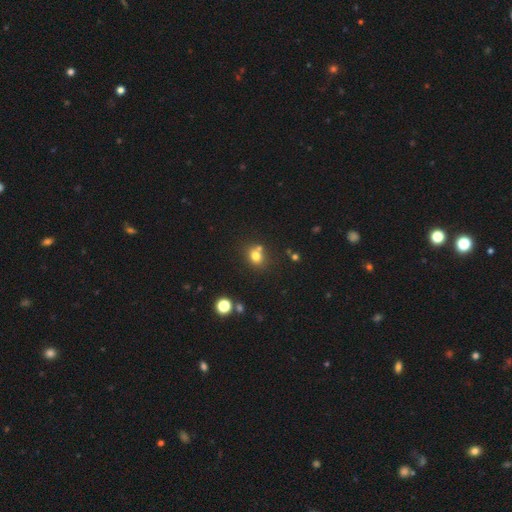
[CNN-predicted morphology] type=smooth (75%); roundness=round (68%); merging=none (63%).